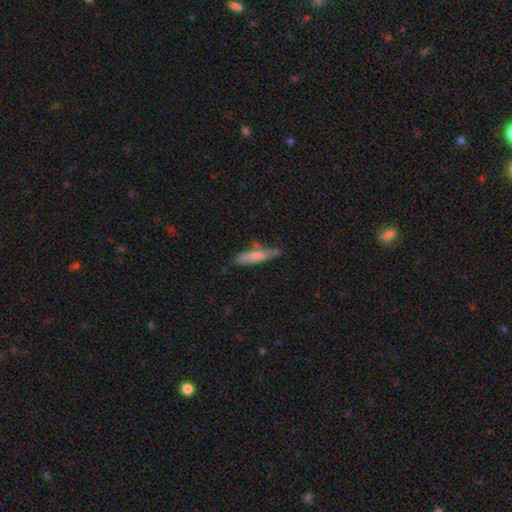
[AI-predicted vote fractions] smooth_or_featured: smooth (p=0.74) [alt: featured or disk p=0.19]
how_rounded: cigar-shaped (p=0.73) [alt: in between p=0.25]
merging: none (p=0.60) [alt: minor disturbance p=0.27]